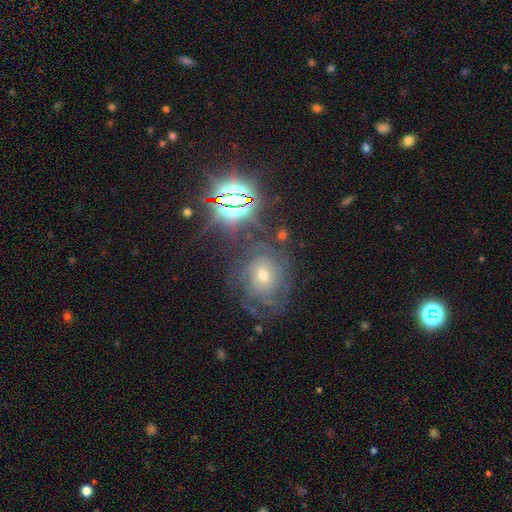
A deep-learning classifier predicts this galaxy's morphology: smooth_or_featured: star or artifact (p=0.49) [alt: featured or disk p=0.32]